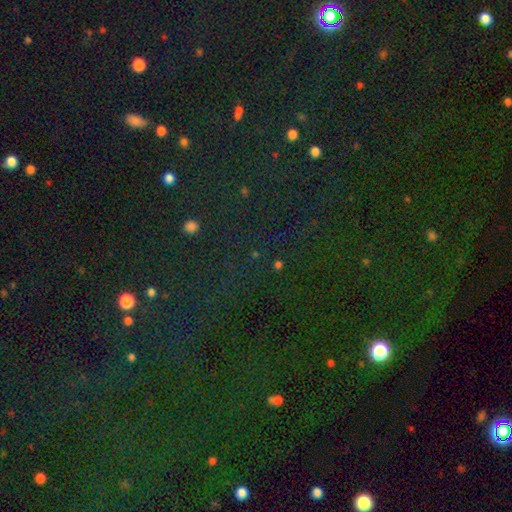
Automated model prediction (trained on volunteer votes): The model was most divided on "smooth or featured": star or artifact: 76%, smooth: 17%, featured or disk: 7%.